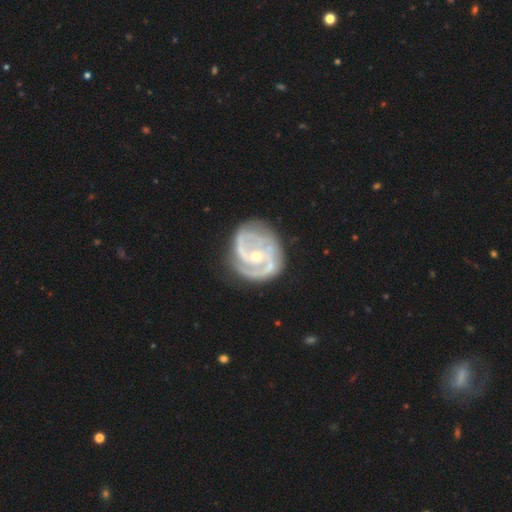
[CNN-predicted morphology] A featured or disk galaxy (89%) with no bar (49%), 2 (59%) medium (44%) spiral arms (95%) and a small central bulge (59%). Merging: none (62%).